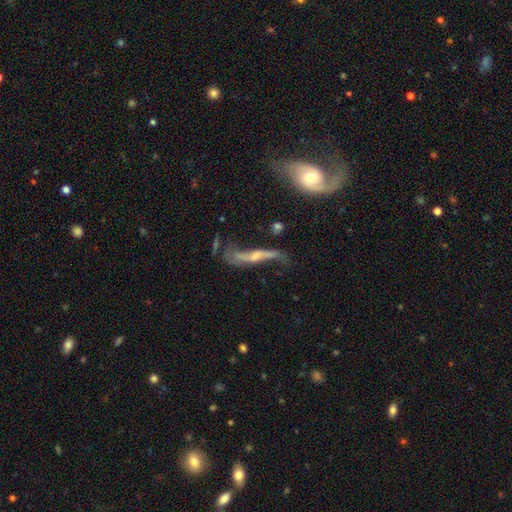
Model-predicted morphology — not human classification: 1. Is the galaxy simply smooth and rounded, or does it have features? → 78% featured or disk, 13% smooth, 9% star or artifact.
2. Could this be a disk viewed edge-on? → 63% no, 37% yes.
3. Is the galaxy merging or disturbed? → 45% none, 23% major disturbance, 22% minor disturbance, 10% merger.